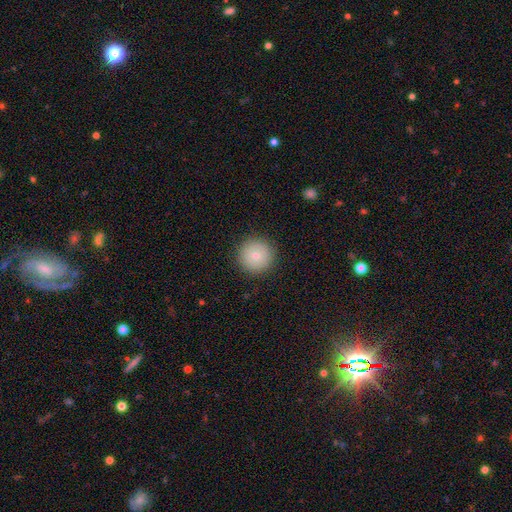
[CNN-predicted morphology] Smooth or featured? Predicted: smooth (p=0.76). How rounded? Predicted: round (p=0.96). Merging? Predicted: none (p=0.91).